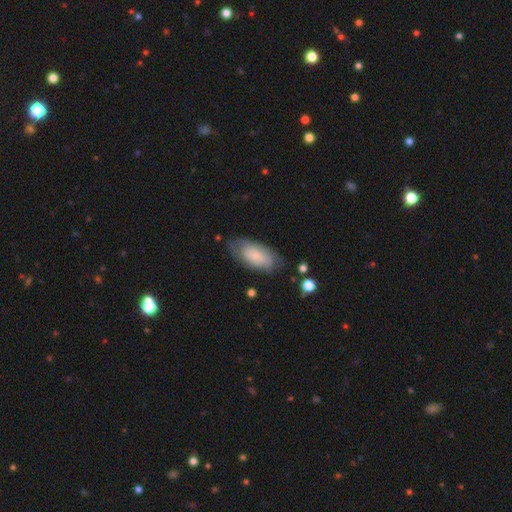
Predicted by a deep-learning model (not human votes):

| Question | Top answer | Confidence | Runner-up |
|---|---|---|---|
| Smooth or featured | smooth | 67% | featured or disk (26%) |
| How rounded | in between | 92% | cigar-shaped (6%) |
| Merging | none | 66% | minor disturbance (24%) |